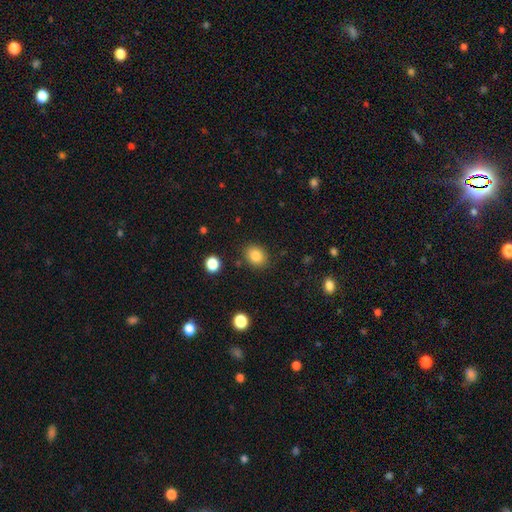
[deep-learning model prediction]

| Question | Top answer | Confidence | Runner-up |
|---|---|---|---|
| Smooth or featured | smooth | 83% | star or artifact (10%) |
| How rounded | round | 55% | in between (44%) |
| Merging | none | 84% | minor disturbance (10%) |